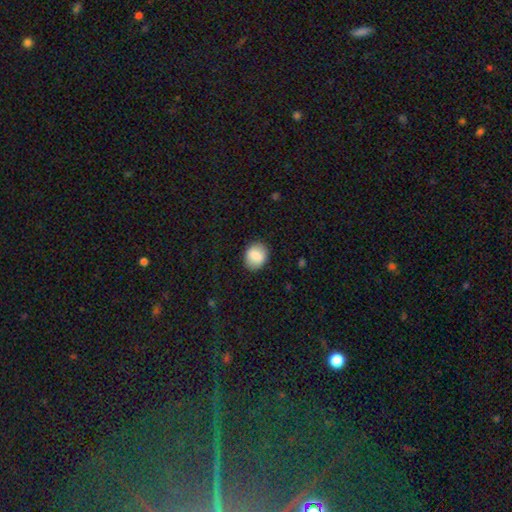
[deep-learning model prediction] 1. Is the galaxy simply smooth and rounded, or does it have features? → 87% smooth, 7% star or artifact, 6% featured or disk.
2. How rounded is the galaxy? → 60% round, 39% in between, 1% cigar-shaped.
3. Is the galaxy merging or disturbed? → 85% none, 11% minor disturbance, 3% major disturbance, 1% merger.